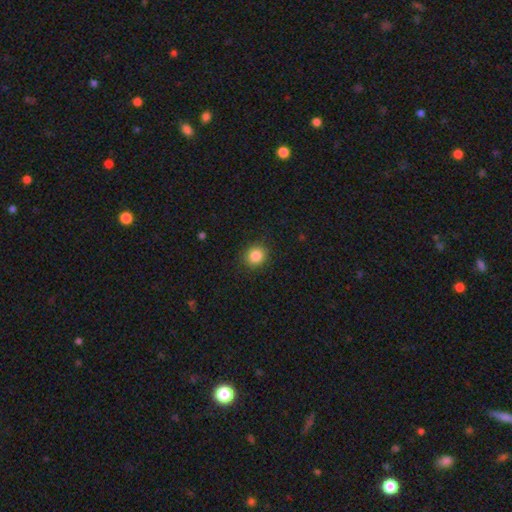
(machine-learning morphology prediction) smooth 86%, star or artifact 10%, featured or disk 4%. Down the decision tree: how rounded — round (84%); merging — none (89%).